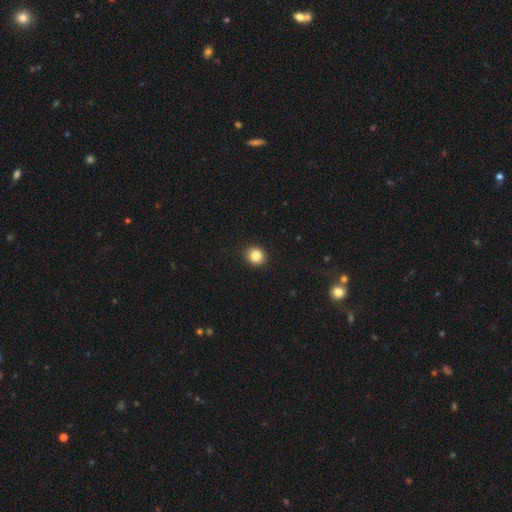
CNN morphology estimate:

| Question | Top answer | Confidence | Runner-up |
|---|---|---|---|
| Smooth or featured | smooth | 84% | star or artifact (10%) |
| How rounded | round | 79% | in between (20%) |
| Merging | none | 91% | minor disturbance (6%) |